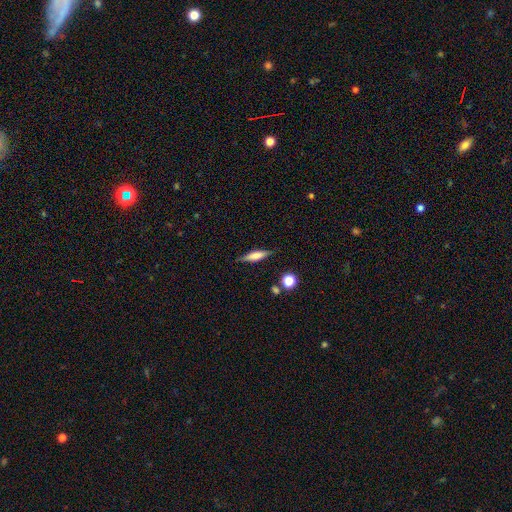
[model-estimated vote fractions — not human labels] Overall: smooth (52%; featured or disk 40%). How rounded: cigar-shaped (69%). Merging: none (84%).